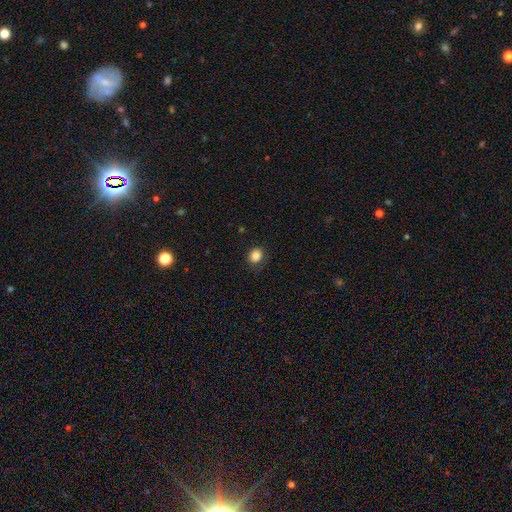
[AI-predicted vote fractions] smooth-or-featured: smooth: 85% | star or artifact: 11% | featured or disk: 4%
  how-rounded: round: 71% | in between: 28% | cigar-shaped: 1%
  merging: none: 81% | minor disturbance: 14% | major disturbance: 4% | merger: 1%